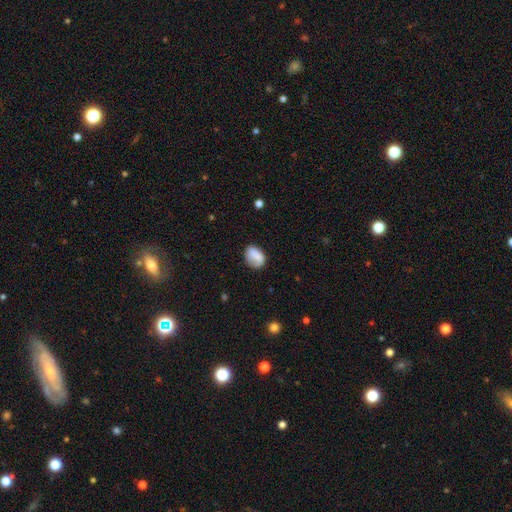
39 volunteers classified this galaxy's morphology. Smooth or featured? smooth (82%)
How rounded? in between (66%)
Merging? none (62%)